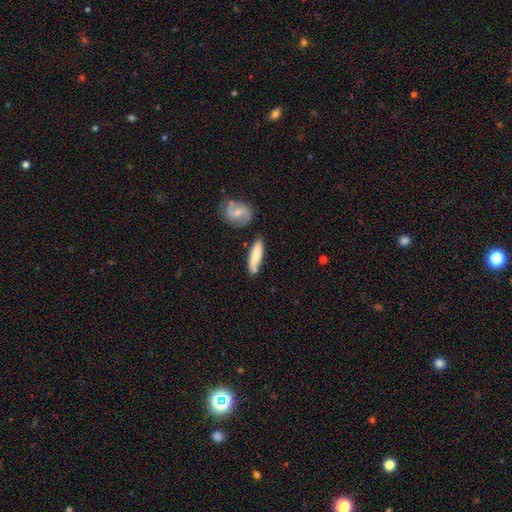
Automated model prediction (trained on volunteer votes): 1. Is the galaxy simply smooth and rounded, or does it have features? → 73% smooth, 21% featured or disk, 5% star or artifact.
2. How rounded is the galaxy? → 73% cigar-shaped, 26% in between, 2% round.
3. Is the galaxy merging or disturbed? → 71% none, 18% minor disturbance, 8% merger, 4% major disturbance.